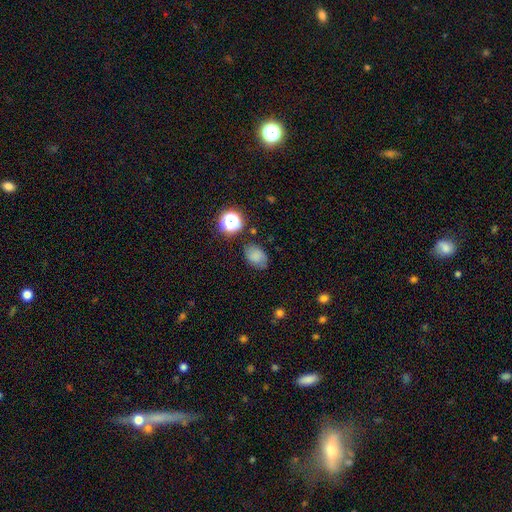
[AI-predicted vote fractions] Smooth or featured? smooth (73%)
How rounded? in between (74%)
Merging? none (73%)